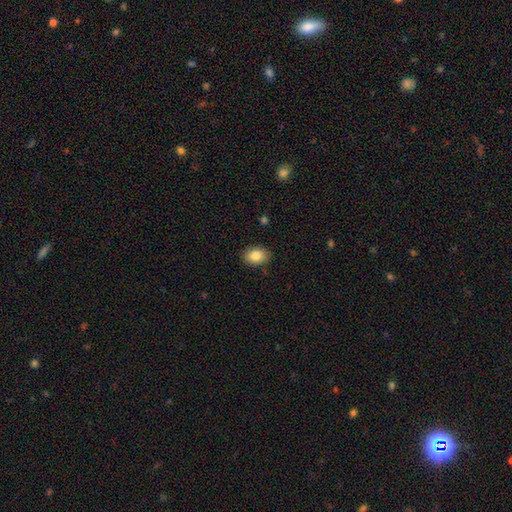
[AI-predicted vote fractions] smooth-or-featured: smooth: 85% | star or artifact: 8% | featured or disk: 7%
  how-rounded: in between: 76% | round: 23% | cigar-shaped: 1%
  merging: none: 87% | minor disturbance: 10% | major disturbance: 2% | merger: 1%